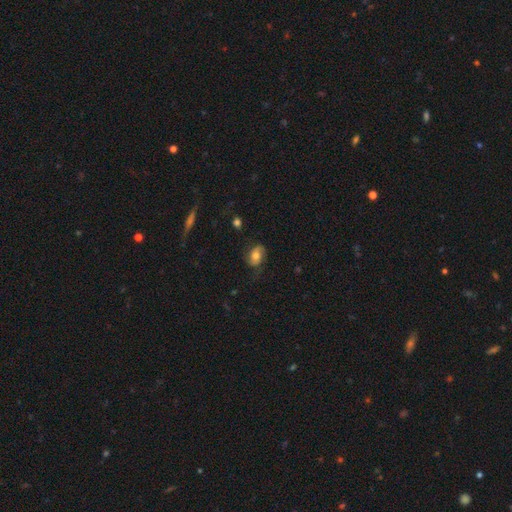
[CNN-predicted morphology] Smooth or featured: smooth — 53% (featured or disk — 38%)
How rounded: in between — 75% (round — 23%)
Merging: none — 62% (minor disturbance — 25%)